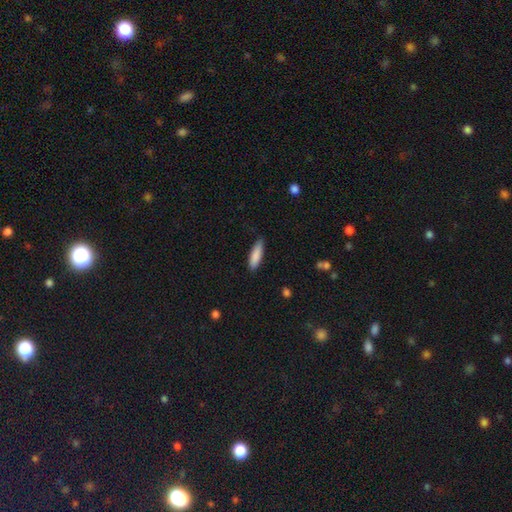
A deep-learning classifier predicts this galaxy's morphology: Overall: smooth (86%). How rounded: cigar-shaped (63%; in between 35%). Merging: none (83%).